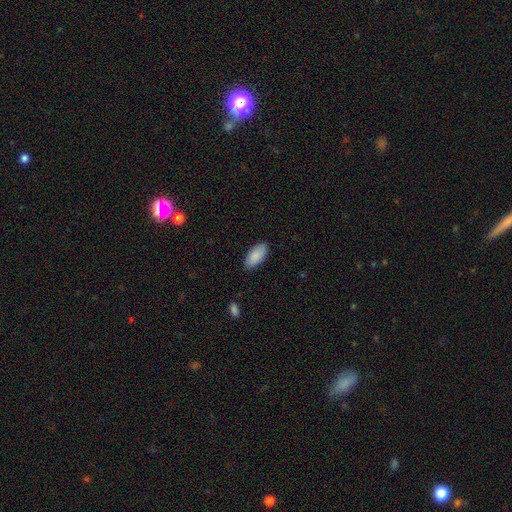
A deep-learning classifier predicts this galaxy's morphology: Smooth or featured: smooth — 89% (star or artifact — 6%)
How rounded: in between — 93% (cigar-shaped — 5%)
Merging: none — 86% (minor disturbance — 11%)